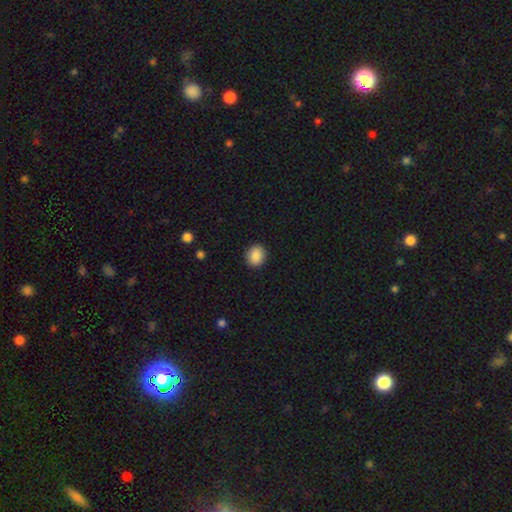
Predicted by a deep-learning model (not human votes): A smooth galaxy with no disk features (88%) that is round (71%). Merging: none (91%).